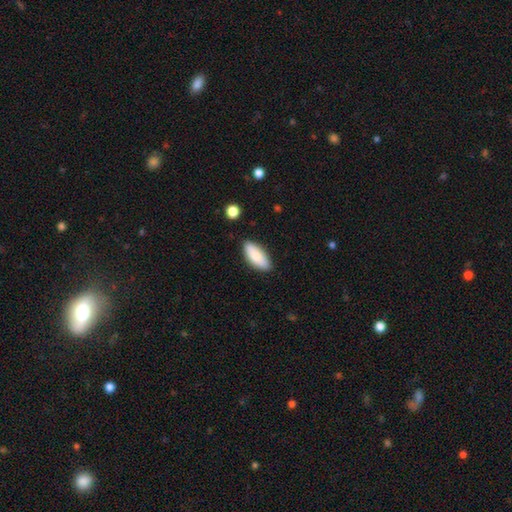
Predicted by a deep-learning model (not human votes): smooth 83%, featured or disk 11%, star or artifact 6%. Down the decision tree: how rounded — in between (80%); merging — none (85%).